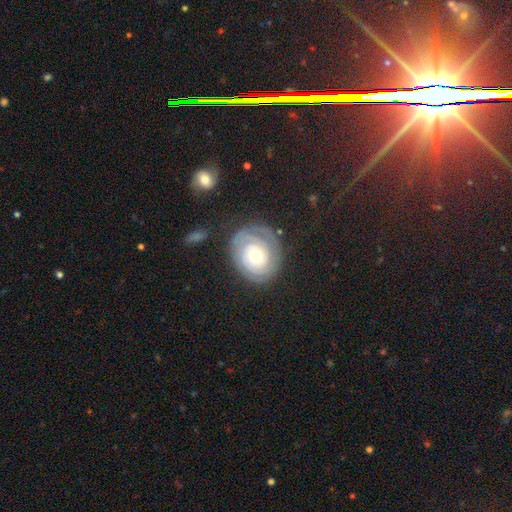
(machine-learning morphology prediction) featured or disk 75%, smooth 17%, star or artifact 7%. Down the decision tree: edge-on disk — no (97%); bar — no (81%); spiral arms — yes (88%); spiral arm count — 2 (41%); spiral winding — tight (83%); bulge size — moderate (59%); merging — none (75%).